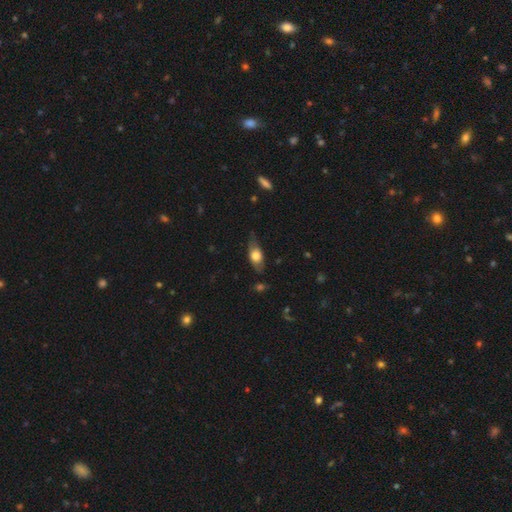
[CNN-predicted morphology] This appears to be a smooth galaxy with no disk features (63%) that is in between round and cigar-shaped (80%). Merging: none (62%).